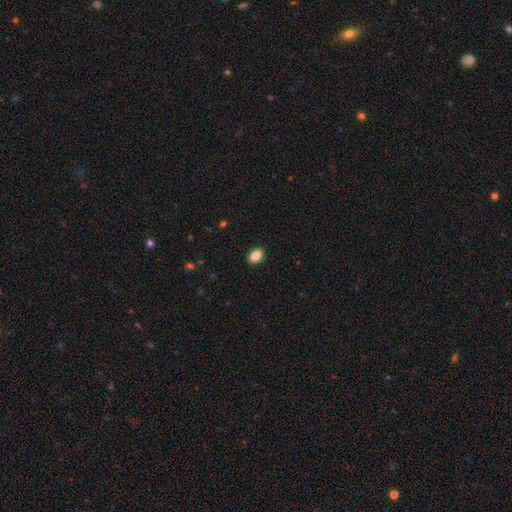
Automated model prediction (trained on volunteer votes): The model was most divided on "how rounded": in between: 82%, round: 16%, cigar-shaped: 1%. More confident: merging — none (90%); smooth or featured — smooth (86%).